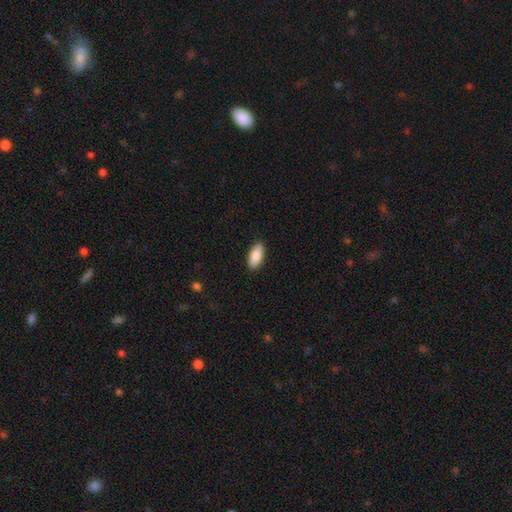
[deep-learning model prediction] A smooth galaxy with no disk features (85%) that is in between round and cigar-shaped (83%).

Vote fractions:
- Smooth or featured? smooth: 85% / featured or disk: 9% / star or artifact: 6%
- How rounded? in between: 83% / cigar-shaped: 15% / round: 2%
- Merging? none: 88% / minor disturbance: 9% / major disturbance: 2% / merger: 1%